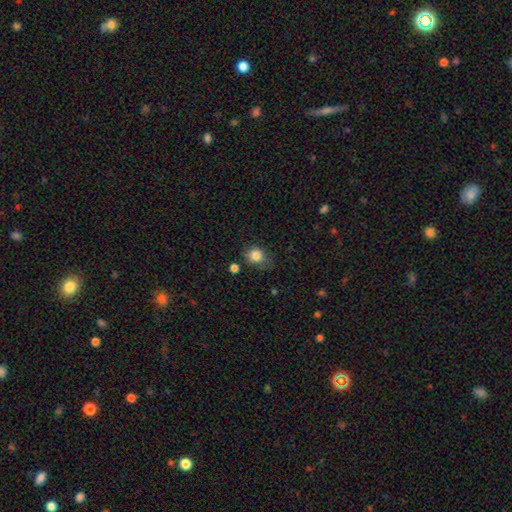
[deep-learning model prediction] A smooth galaxy with no disk features (83%) that is round (71%).

Vote fractions:
- Smooth or featured? smooth: 83% / star or artifact: 11% / featured or disk: 6%
- How rounded? round: 71% / in between: 28% / cigar-shaped: 1%
- Merging? none: 69% / minor disturbance: 22% / major disturbance: 6% / merger: 4%